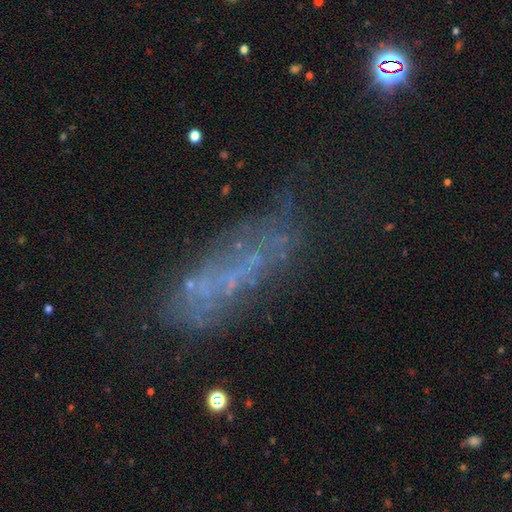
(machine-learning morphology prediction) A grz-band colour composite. It shows a featured or disk galaxy (50%). Merging: none (54%).